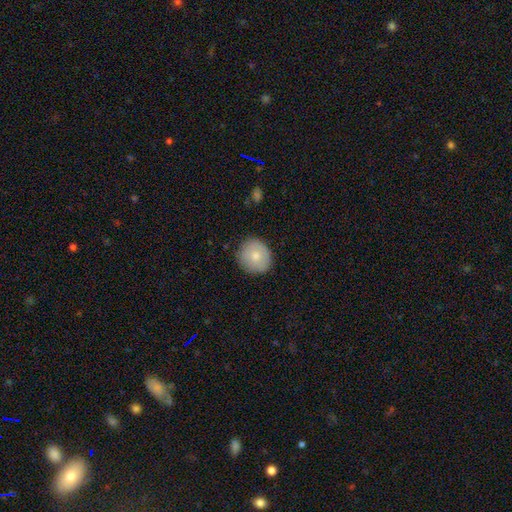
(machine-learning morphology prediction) Q: Smooth or featured?
A: smooth (77%); runner-up: featured or disk (16%)
Q: How rounded?
A: round (89%); runner-up: in between (10%)
Q: Merging?
A: none (86%); runner-up: minor disturbance (11%)